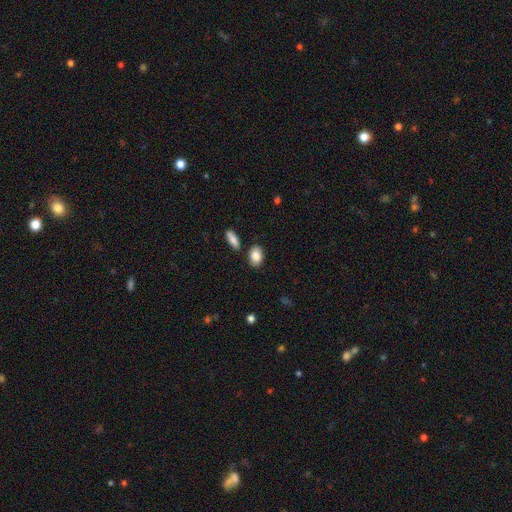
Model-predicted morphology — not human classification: smooth-or-featured: smooth: 86% | featured or disk: 7% | star or artifact: 7%
  how-rounded: in between: 85% | round: 13% | cigar-shaped: 2%
  merging: none: 80% | minor disturbance: 12% | merger: 5% | major disturbance: 3%